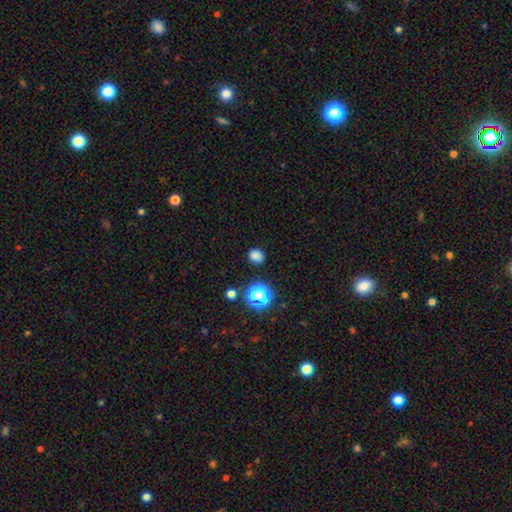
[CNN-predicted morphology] Smooth or featured?
  - smooth: 80% *
  - star or artifact: 16%
  - featured or disk: 4%
How rounded?
  - round: 69% *
  - in between: 30%
  - cigar-shaped: 1%
Merging?
  - none: 85% *
  - minor disturbance: 10%
  - major disturbance: 3%
  - merger: 2%